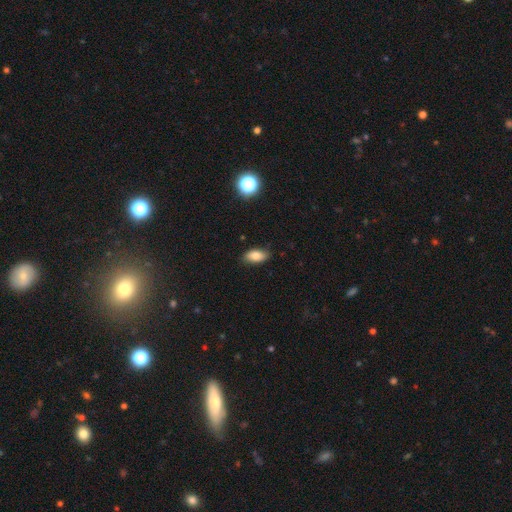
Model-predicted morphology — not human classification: Overall: smooth (83%). How rounded: in between (92%). Merging: none (83%).